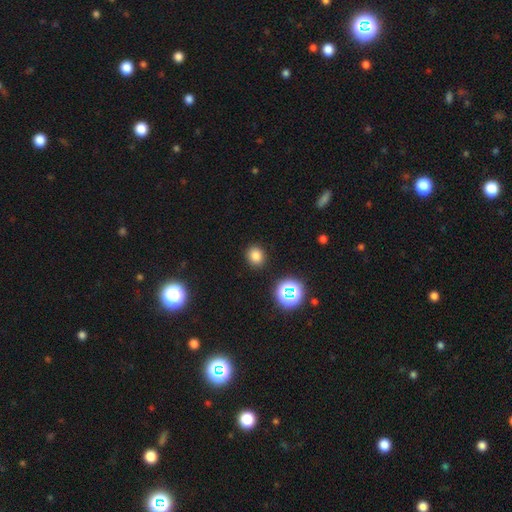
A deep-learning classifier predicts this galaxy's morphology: Smooth or featured? smooth (78%)
How rounded? round (71%)
Merging? none (89%)